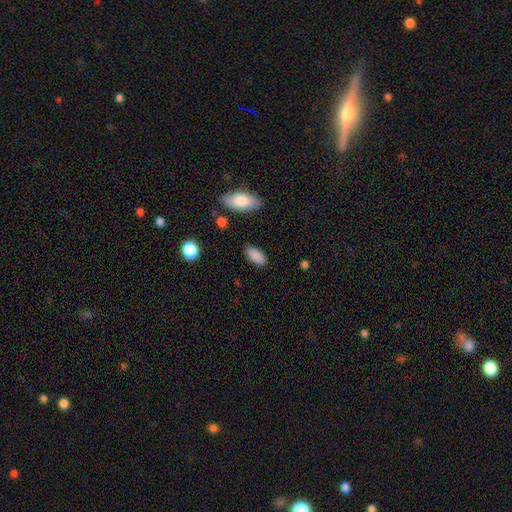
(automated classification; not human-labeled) Smooth or featured? smooth (88%)
How rounded? in between (91%)
Merging? none (86%)